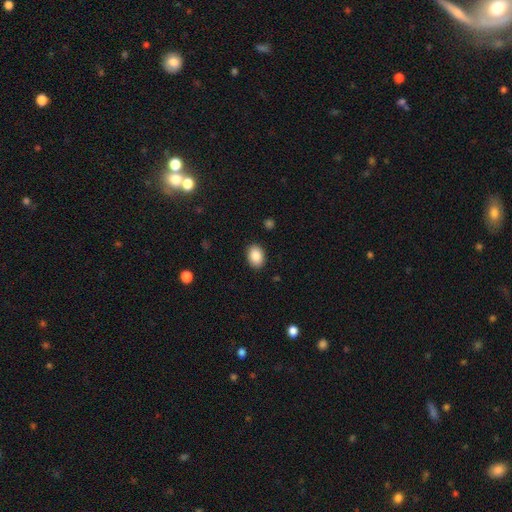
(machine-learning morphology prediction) type=smooth (89%); roundness=in between (77%); merging=none (88%).